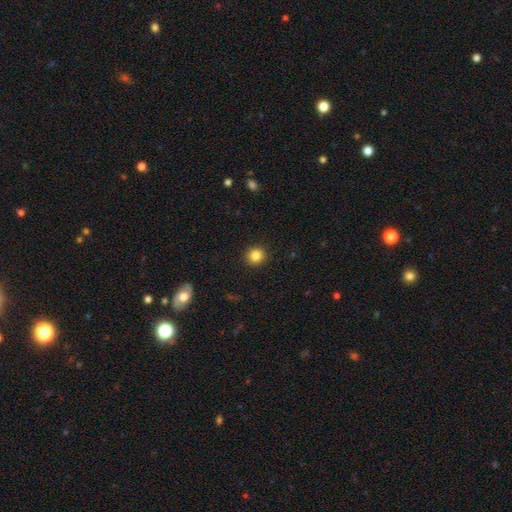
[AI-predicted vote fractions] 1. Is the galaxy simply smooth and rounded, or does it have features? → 84% smooth, 11% star or artifact, 5% featured or disk.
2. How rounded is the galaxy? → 91% round, 8% in between, 1% cigar-shaped.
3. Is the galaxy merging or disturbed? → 92% none, 5% minor disturbance, 2% major disturbance, 1% merger.